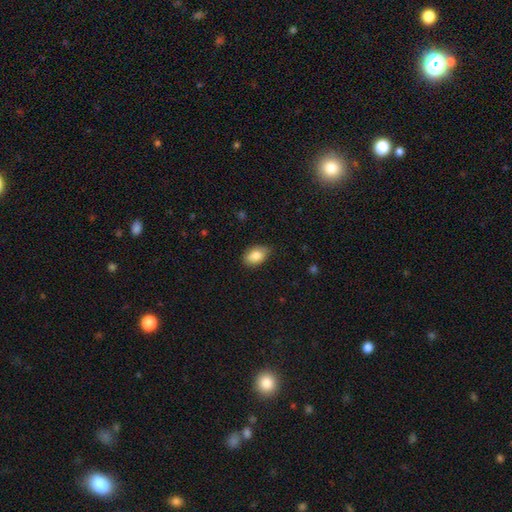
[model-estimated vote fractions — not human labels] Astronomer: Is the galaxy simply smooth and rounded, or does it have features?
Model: smooth — 86%.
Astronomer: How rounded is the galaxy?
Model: in between — 90%.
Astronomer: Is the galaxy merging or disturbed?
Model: none — 78%.